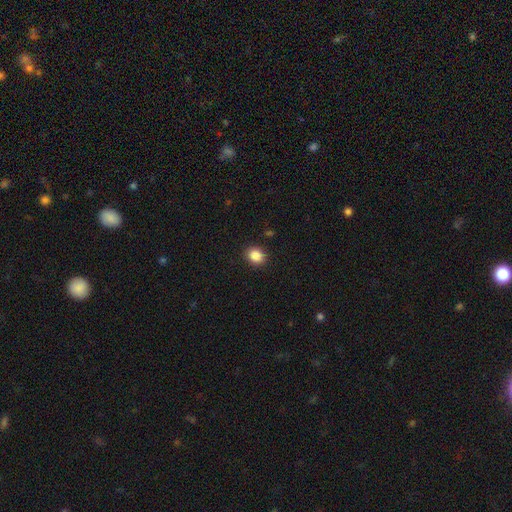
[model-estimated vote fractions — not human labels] This is clearly a smooth galaxy (87%). How rounded: likely round (64%). Merging: clearly none (90%).